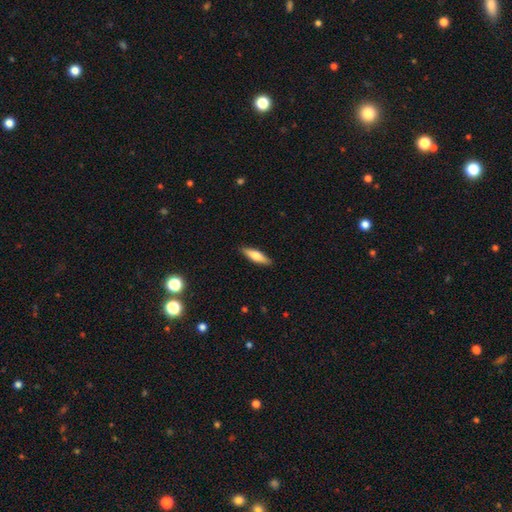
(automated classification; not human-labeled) Morphology: type=smooth (60%); roundness=cigar-shaped (63%); merging=none (89%).